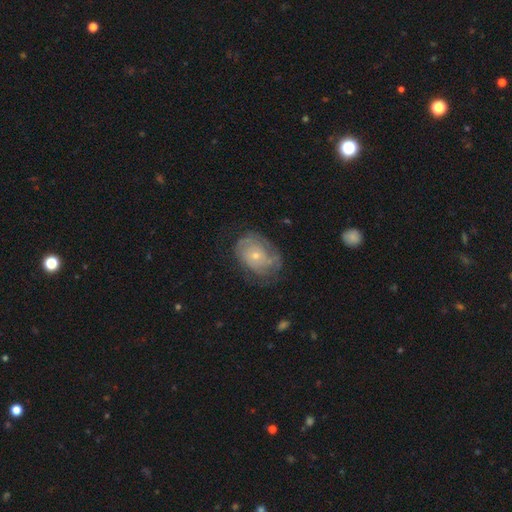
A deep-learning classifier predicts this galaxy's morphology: Smooth or featured? Predicted: featured or disk (p=0.61). Edge-on disk? Predicted: no (p=0.97). Bar? Predicted: no (p=0.81). Spiral arms? Predicted: yes (p=0.71). Bulge size? Predicted: small (p=0.68). Merging? Predicted: none (p=0.56).